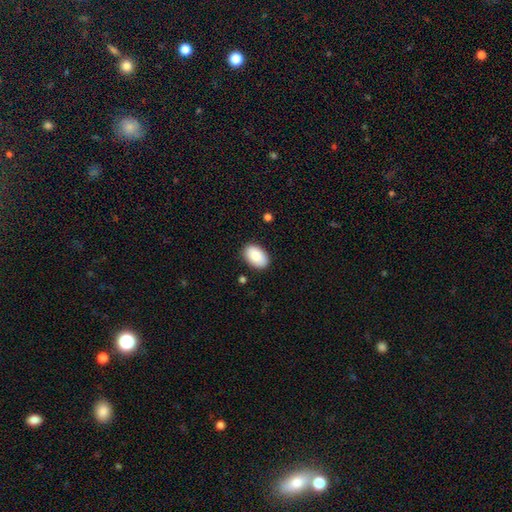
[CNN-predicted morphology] Overall: smooth (88%). How rounded: in between (92%). Merging: none (87%).